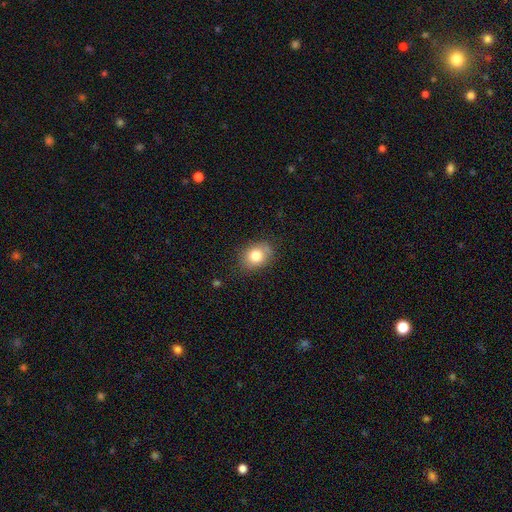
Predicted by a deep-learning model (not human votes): Smooth or featured?
  - smooth: 80% *
  - featured or disk: 11%
  - star or artifact: 10%
How rounded?
  - in between: 55% *
  - round: 44%
  - cigar-shaped: 1%
Merging?
  - none: 75% *
  - minor disturbance: 19%
  - major disturbance: 4%
  - merger: 2%